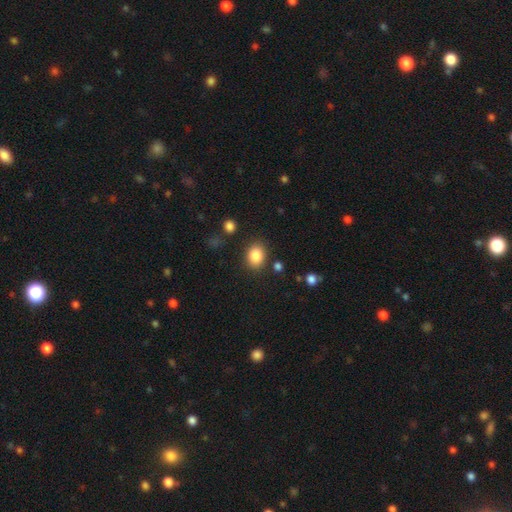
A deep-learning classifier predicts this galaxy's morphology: Smooth or featured? Predicted: smooth (p=0.85). How rounded? Predicted: in between (p=0.51). Merging? Predicted: none (p=0.83).